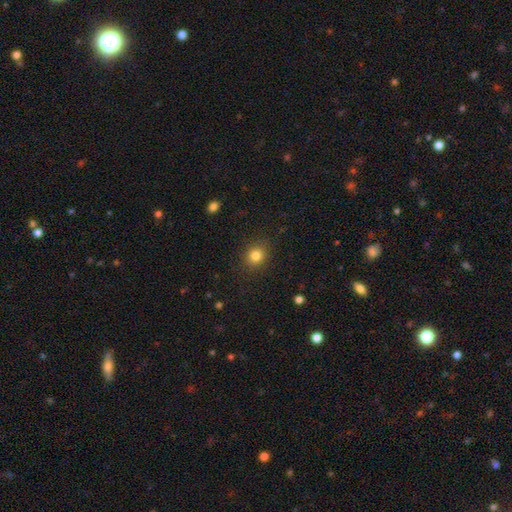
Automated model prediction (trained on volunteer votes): Smooth or featured? smooth (82%)
How rounded? round (79%)
Merging? none (89%)